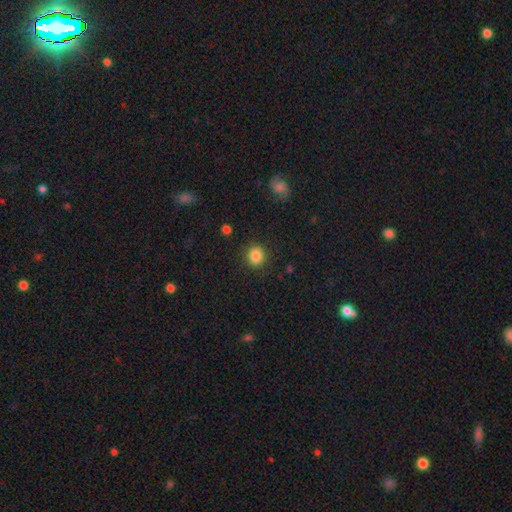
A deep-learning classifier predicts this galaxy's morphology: Smooth or featured? Predicted: smooth (p=0.85). How rounded? Predicted: round (p=0.82). Merging? Predicted: none (p=0.88).